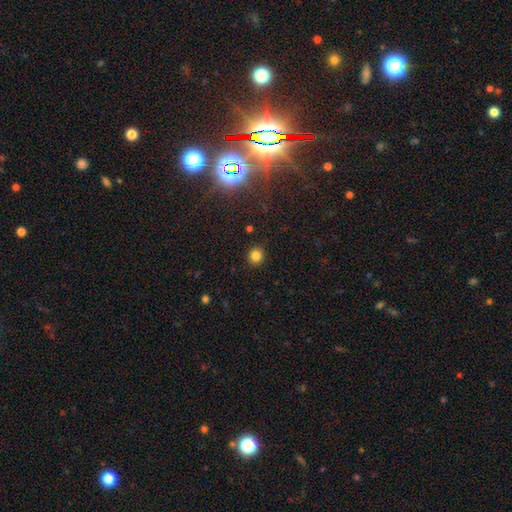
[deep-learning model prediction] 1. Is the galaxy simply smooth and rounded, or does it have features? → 82% smooth, 13% star or artifact, 5% featured or disk.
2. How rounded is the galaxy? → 89% round, 10% in between, 1% cigar-shaped.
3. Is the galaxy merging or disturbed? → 91% none, 6% minor disturbance, 2% major disturbance, 1% merger.